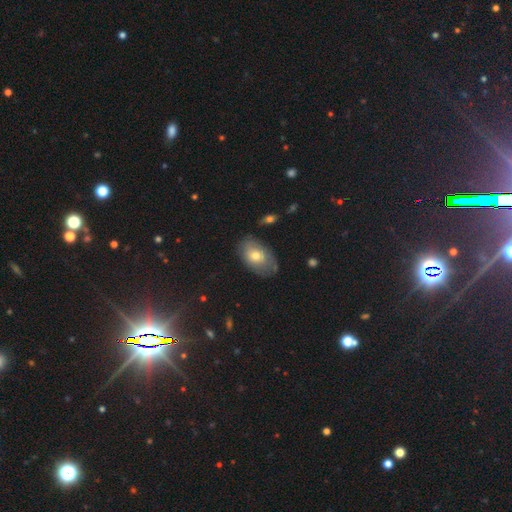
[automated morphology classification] Smooth or featured? Predicted: smooth (p=0.66). How rounded? Predicted: in between (p=0.88). Merging? Predicted: none (p=0.68).